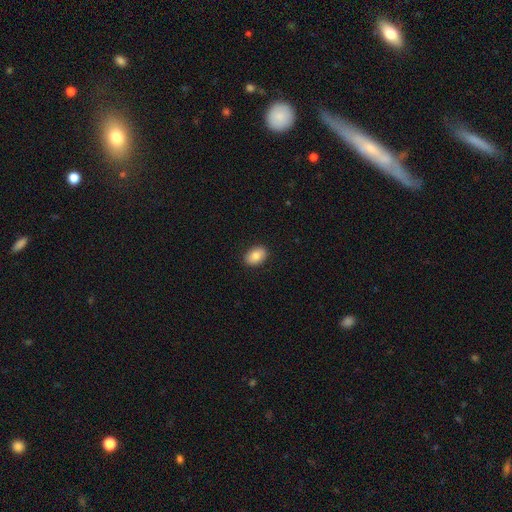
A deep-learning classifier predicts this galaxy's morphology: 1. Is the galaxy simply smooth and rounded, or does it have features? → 84% smooth, 9% featured or disk, 7% star or artifact.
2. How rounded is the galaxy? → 82% in between, 17% round, 1% cigar-shaped.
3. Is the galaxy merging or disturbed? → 90% none, 7% minor disturbance, 2% major disturbance, 1% merger.